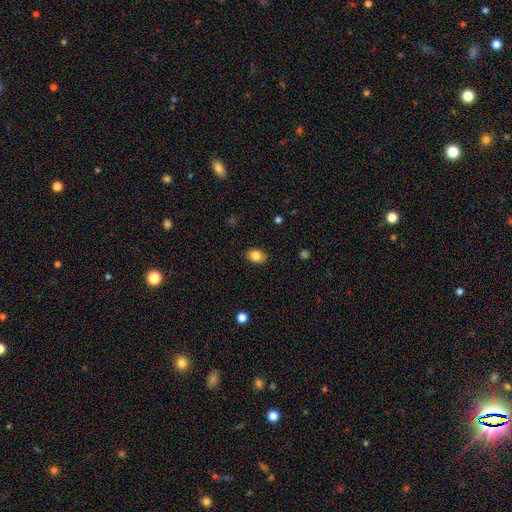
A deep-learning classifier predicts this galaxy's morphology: Q: Smooth or featured?
A: smooth (85%); runner-up: star or artifact (9%)
Q: How rounded?
A: in between (74%); runner-up: round (25%)
Q: Merging?
A: none (87%); runner-up: minor disturbance (10%)